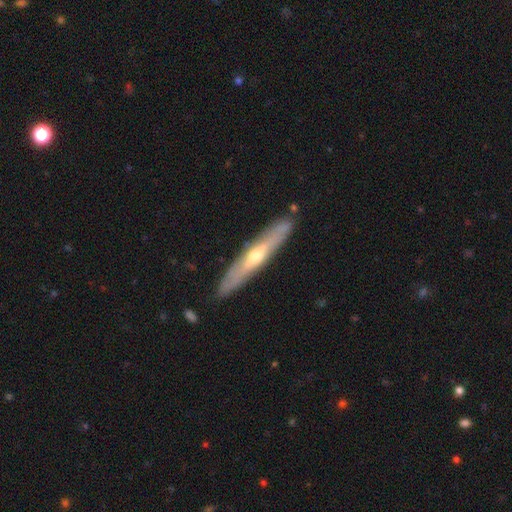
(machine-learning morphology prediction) The model was most divided on "smooth or featured": featured or disk: 64%, smooth: 31%, star or artifact: 5%. More confident: merging — none (88%); edge-on disk — yes (85%); edge-on bulge — rounded (82%).